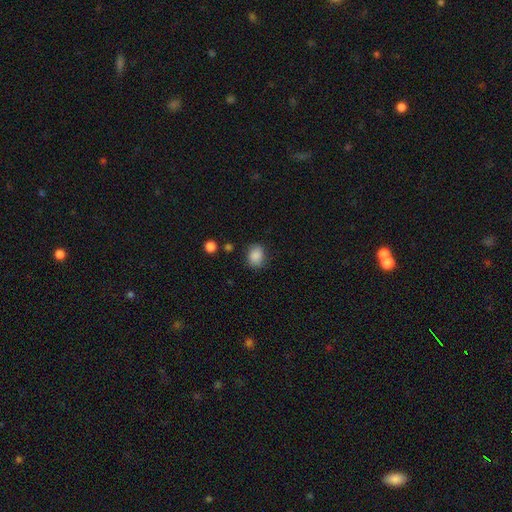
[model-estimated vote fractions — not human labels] This is clearly a smooth galaxy (87%). How rounded: possibly round (51%). Merging: likely none (80%).